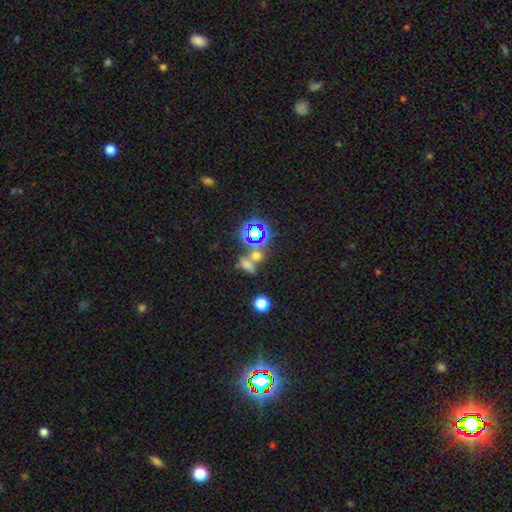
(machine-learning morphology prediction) This appears to be a smooth galaxy with no disk features (45%). Merging: none (44%).